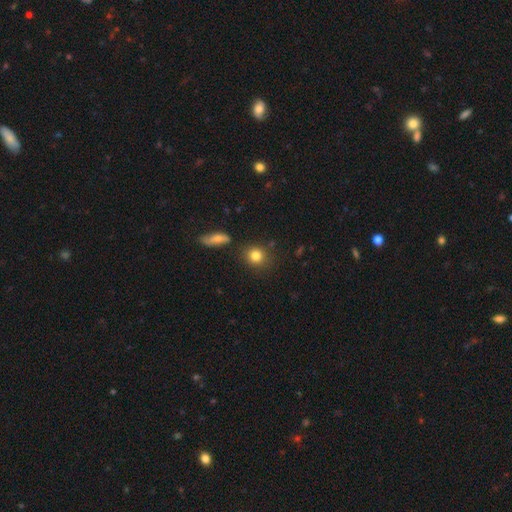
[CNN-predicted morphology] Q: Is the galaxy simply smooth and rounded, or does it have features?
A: smooth — 83%.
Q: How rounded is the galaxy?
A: round — 81%.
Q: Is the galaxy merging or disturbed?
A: none — 81%.